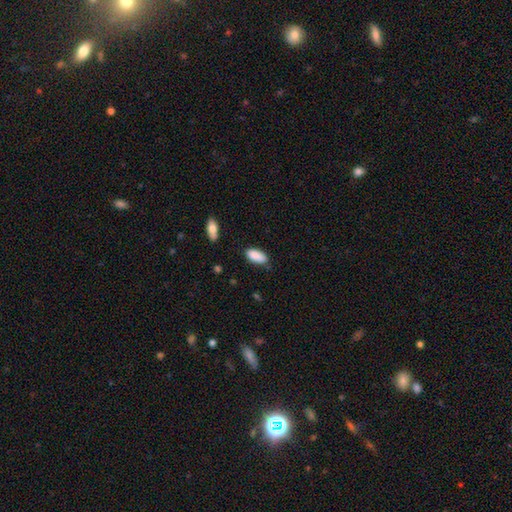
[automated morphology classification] This appears to be a smooth galaxy with no disk features (89%) that is in between round and cigar-shaped (89%). Merging: none (75%).